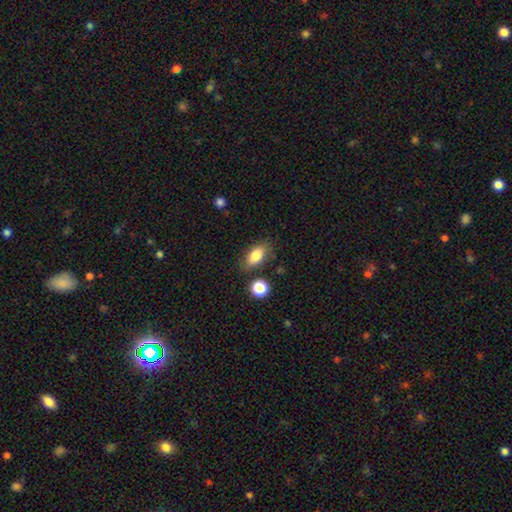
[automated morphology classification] This appears to be a smooth galaxy with no disk features (82%) that is in between round and cigar-shaped (86%). Merging: none (78%).